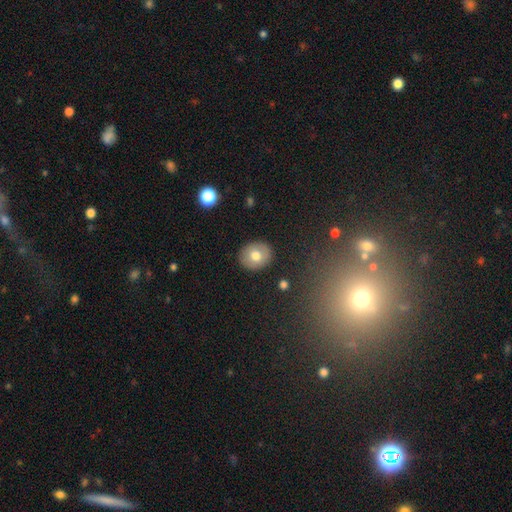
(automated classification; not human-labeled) Smooth or featured? smooth (73%)
How rounded? round (67%)
Merging? none (90%)